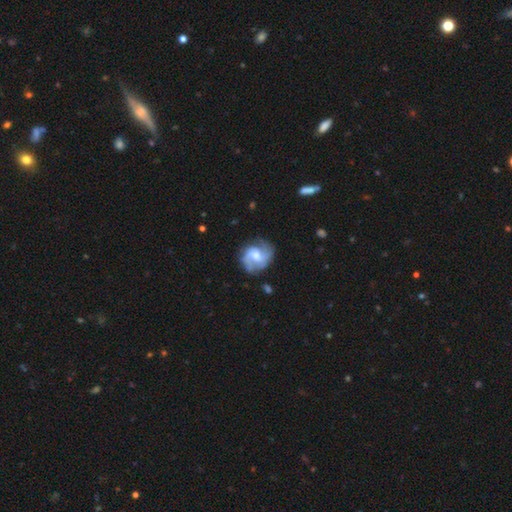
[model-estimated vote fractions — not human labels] featured or disk 76%, smooth 19%, star or artifact 6%. Down the decision tree: edge-on disk — no (98%); bar — no (46%); spiral arms — yes (93%); spiral arm count — 2 (70%); spiral winding — medium (48%); bulge size — moderate (57%); merging — none (68%).